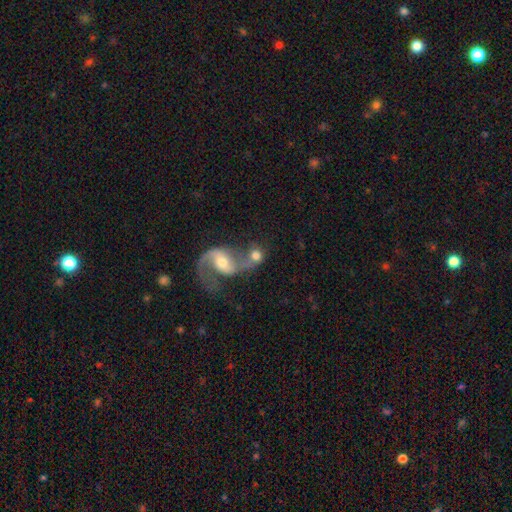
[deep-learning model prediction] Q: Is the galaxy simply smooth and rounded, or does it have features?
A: featured or disk — 49%.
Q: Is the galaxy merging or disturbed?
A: merger — 55%.